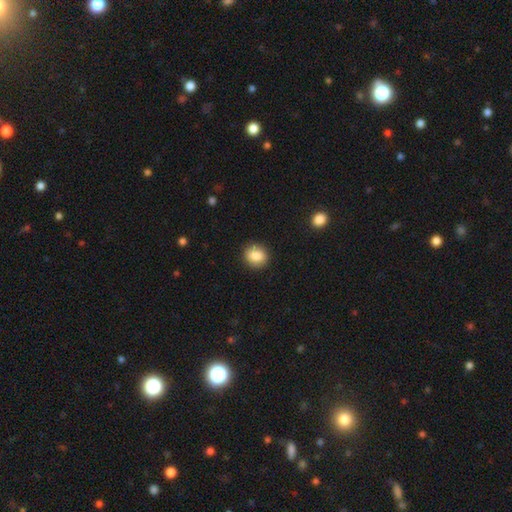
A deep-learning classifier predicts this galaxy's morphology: The model was most divided on "how rounded": round: 74%, in between: 24%, cigar-shaped: 1%. More confident: merging — none (89%); smooth or featured — smooth (86%).